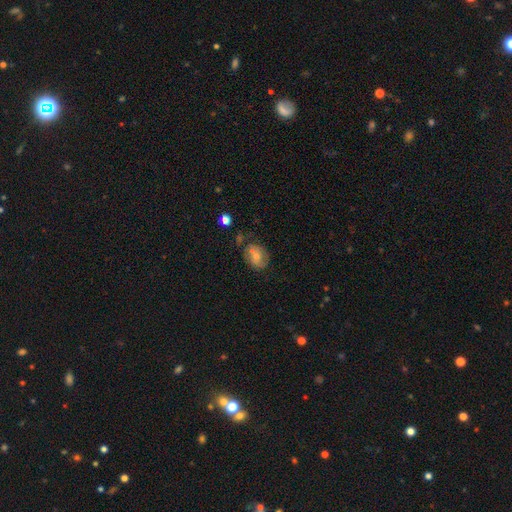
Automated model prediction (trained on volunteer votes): smooth 53%, featured or disk 38%, star or artifact 9%. Down the decision tree: how rounded — in between (57%); merging — none (53%).